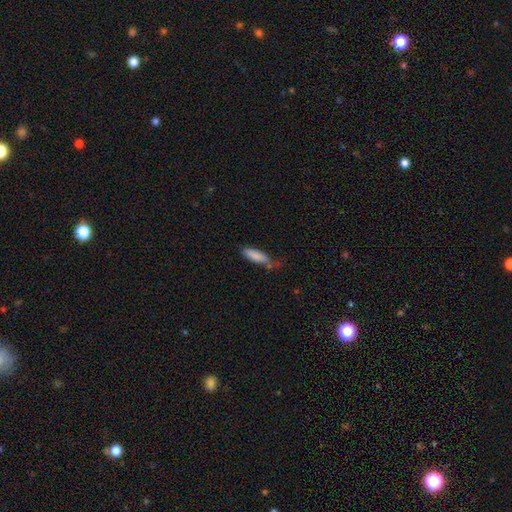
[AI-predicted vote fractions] Smooth or featured: smooth — 84% (featured or disk — 9%)
How rounded: cigar-shaped — 55% (in between — 43%)
Merging: none — 48% (minor disturbance — 33%)